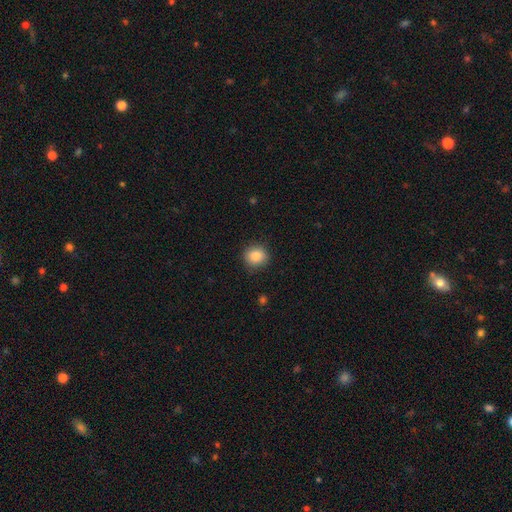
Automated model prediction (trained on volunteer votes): smooth-or-featured: smooth: 87% | star or artifact: 9% | featured or disk: 4%
  how-rounded: round: 87% | in between: 12% | cigar-shaped: 1%
  merging: none: 88% | minor disturbance: 9% | major disturbance: 2% | merger: 1%